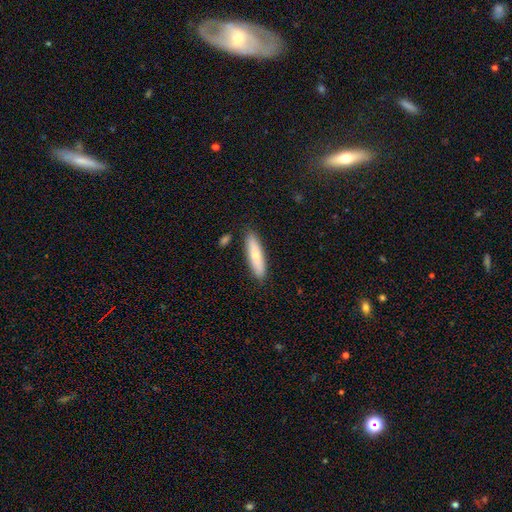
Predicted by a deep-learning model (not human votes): This is likely a smooth galaxy (66%). How rounded: likely cigar-shaped (67%). Merging: clearly none (86%).